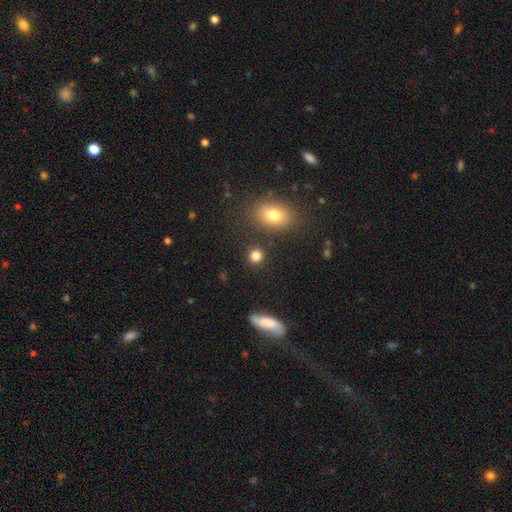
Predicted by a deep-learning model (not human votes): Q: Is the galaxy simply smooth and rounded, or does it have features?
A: smooth — 83%.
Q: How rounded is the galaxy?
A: round — 84%.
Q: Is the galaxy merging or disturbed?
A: none — 87%.